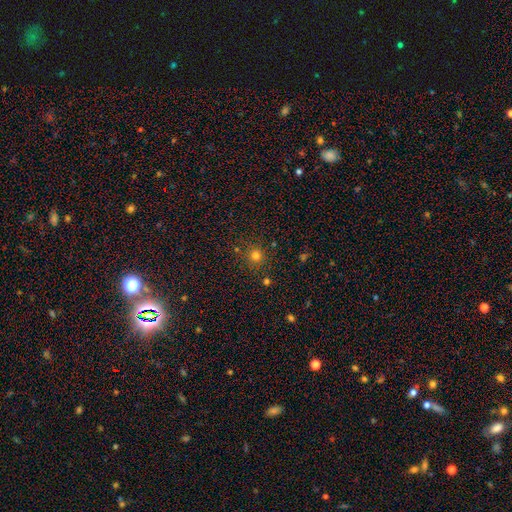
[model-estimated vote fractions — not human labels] This is likely a smooth galaxy (76%). How rounded: clearly round (93%). Merging: clearly none (84%).